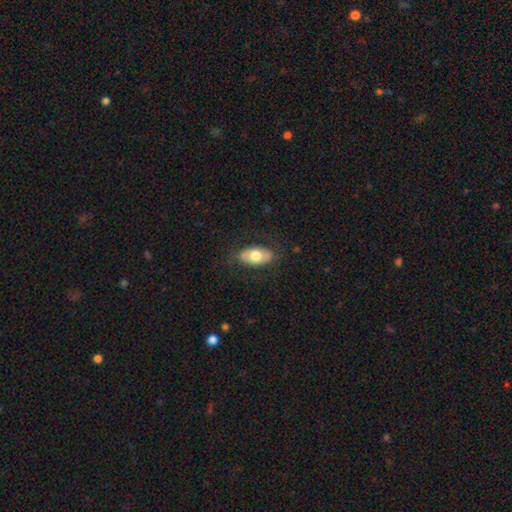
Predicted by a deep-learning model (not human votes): Morphology: type=smooth (67%); roundness=in between (93%); merging=none (79%).